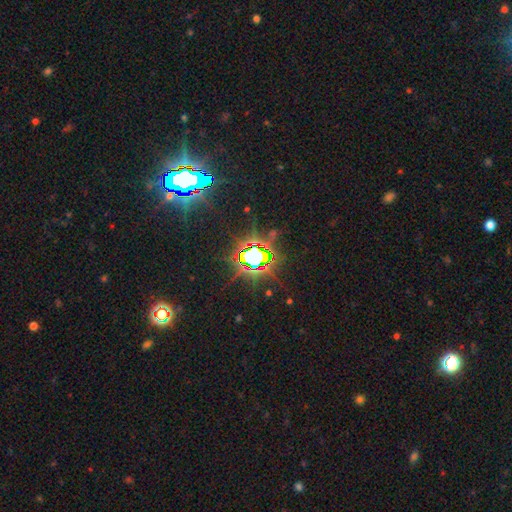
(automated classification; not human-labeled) Smooth or featured: star or artifact — 83% (featured or disk — 9%)